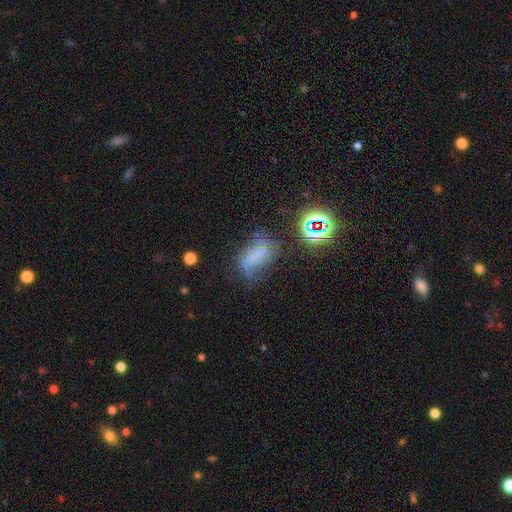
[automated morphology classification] The model was most divided on "merging": major disturbance: 35%, none: 31%, minor disturbance: 27%, merger: 8%. Remaining: smooth or featured — smooth (44%).